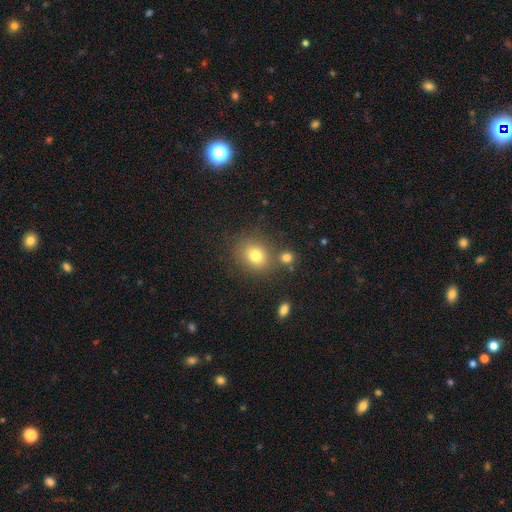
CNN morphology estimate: This appears to be a smooth galaxy with no disk features (77%) that is round (67%). Merging: none (70%).